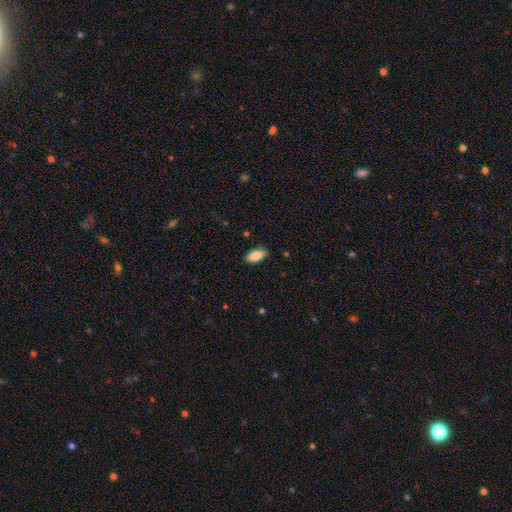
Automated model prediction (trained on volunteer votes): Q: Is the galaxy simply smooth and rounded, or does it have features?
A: smooth — 85%.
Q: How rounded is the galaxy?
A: in between — 90%.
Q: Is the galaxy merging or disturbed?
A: none — 84%.